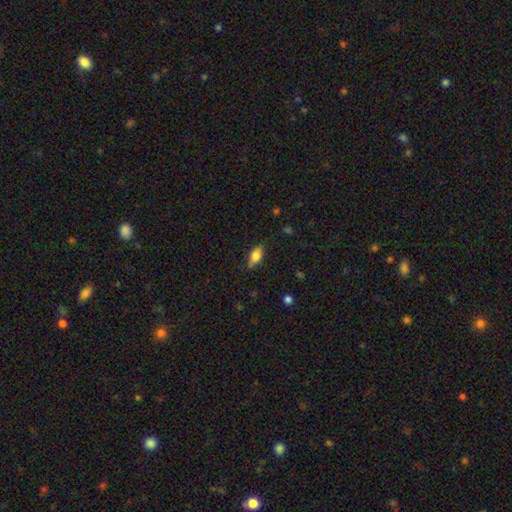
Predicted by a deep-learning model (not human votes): This is likely a smooth galaxy (73%). How rounded: clearly in between (84%). Merging: likely none (77%).